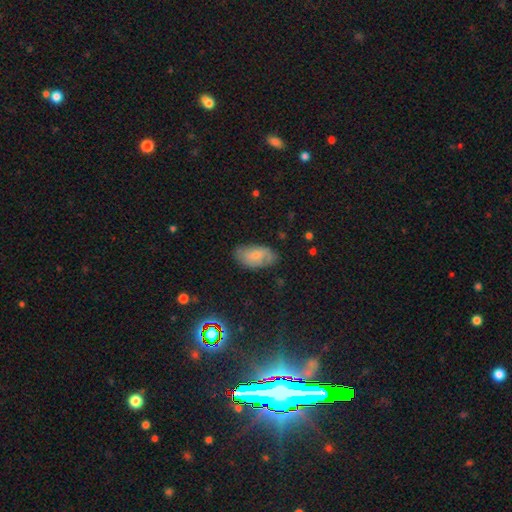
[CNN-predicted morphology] smooth 57%, featured or disk 34%, star or artifact 9%. Down the decision tree: how rounded — in between (94%); merging — none (70%).